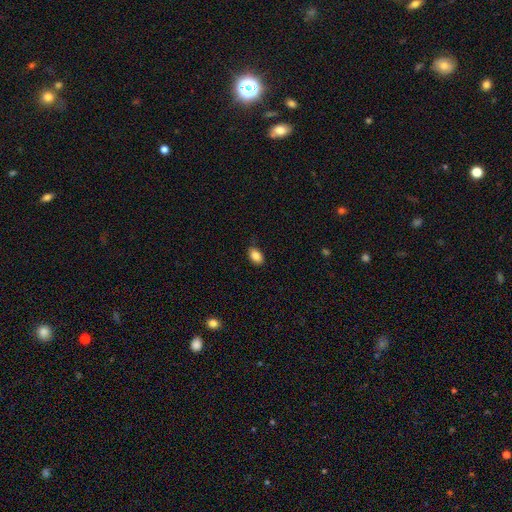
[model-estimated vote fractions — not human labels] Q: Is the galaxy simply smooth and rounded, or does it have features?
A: smooth — 87%.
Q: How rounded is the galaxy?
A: in between — 88%.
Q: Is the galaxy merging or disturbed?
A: none — 81%.